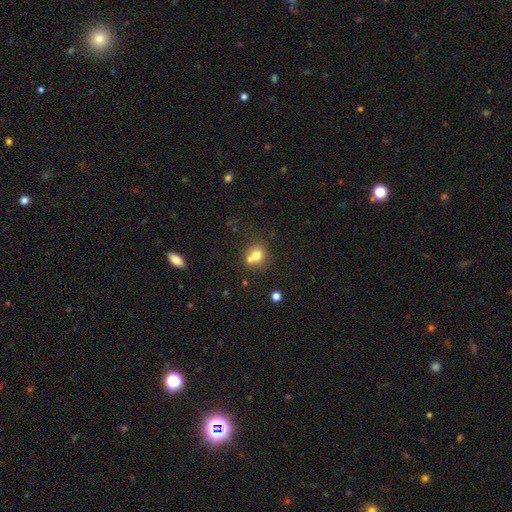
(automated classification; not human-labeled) This is likely a smooth galaxy (70%). How rounded: likely round (76%). Merging: marginally none (45%).